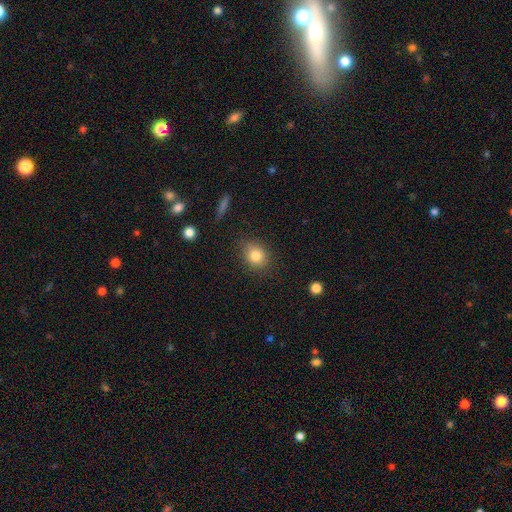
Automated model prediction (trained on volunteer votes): Morphology: type=smooth (82%); roundness=round (66%); merging=none (81%).